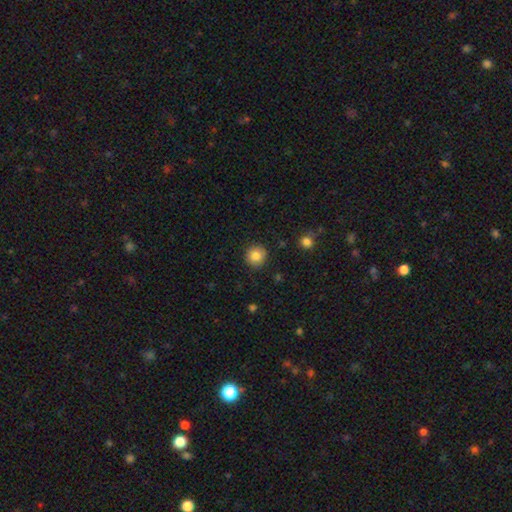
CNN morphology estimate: This appears to be a smooth galaxy with no disk features (84%) that is round (93%). Merging: none (90%).